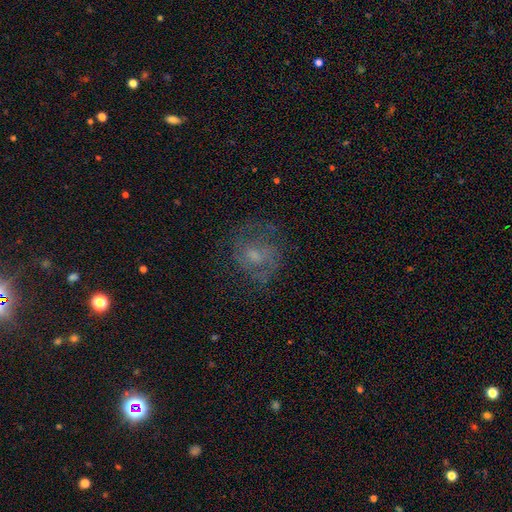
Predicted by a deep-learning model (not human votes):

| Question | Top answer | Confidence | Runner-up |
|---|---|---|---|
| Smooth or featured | featured or disk | 59% | smooth (27%) |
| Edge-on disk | no | 97% | yes (3%) |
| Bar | no | 58% | weak (36%) |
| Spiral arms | yes | 71% | no (29%) |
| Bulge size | small | 38% | moderate (35%) |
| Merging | none | 65% | minor disturbance (18%) |